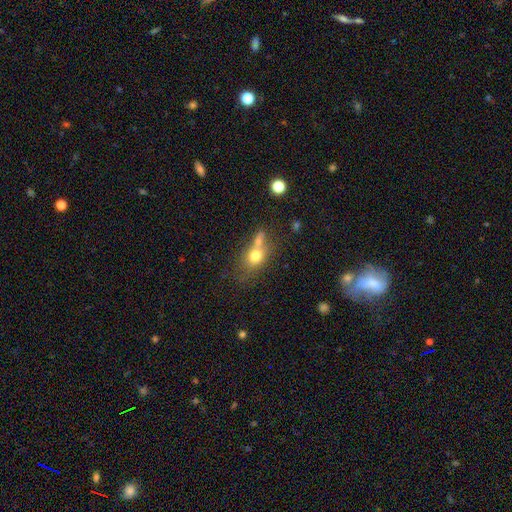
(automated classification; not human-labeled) This is likely a smooth galaxy (72%). How rounded: possibly in between (53%). Merging: marginally none (40%, tied with merger).